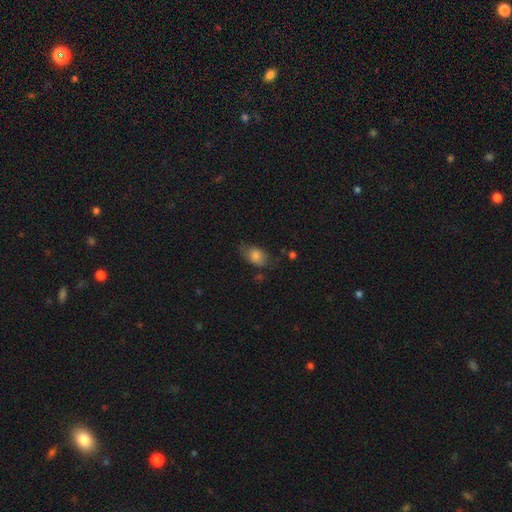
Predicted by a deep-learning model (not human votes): Q: Smooth or featured?
A: smooth (80%); runner-up: featured or disk (12%)
Q: How rounded?
A: in between (86%); runner-up: round (12%)
Q: Merging?
A: none (59%); runner-up: minor disturbance (28%)